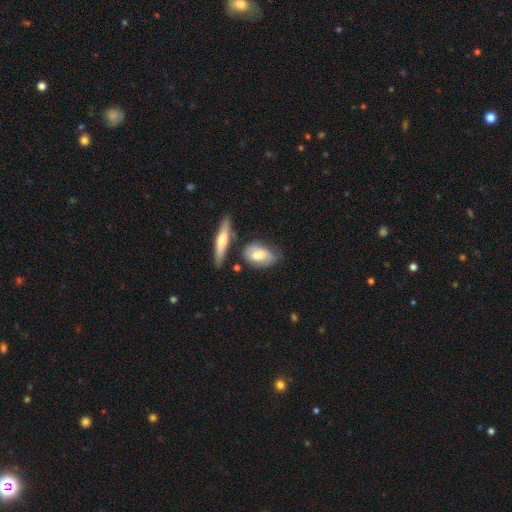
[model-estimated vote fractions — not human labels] Smooth or featured: smooth — 62% (featured or disk — 31%)
How rounded: in between — 83% (round — 9%)
Merging: none — 57% (minor disturbance — 25%)